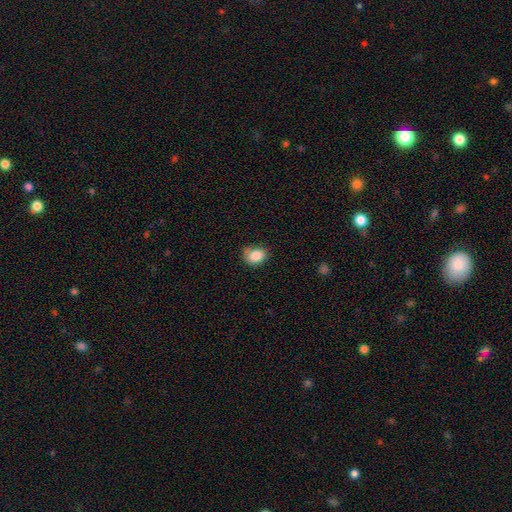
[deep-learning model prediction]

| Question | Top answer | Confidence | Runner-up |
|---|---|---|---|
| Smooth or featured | smooth | 85% | star or artifact (9%) |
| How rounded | in between | 57% | round (42%) |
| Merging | none | 59% | minor disturbance (31%) |